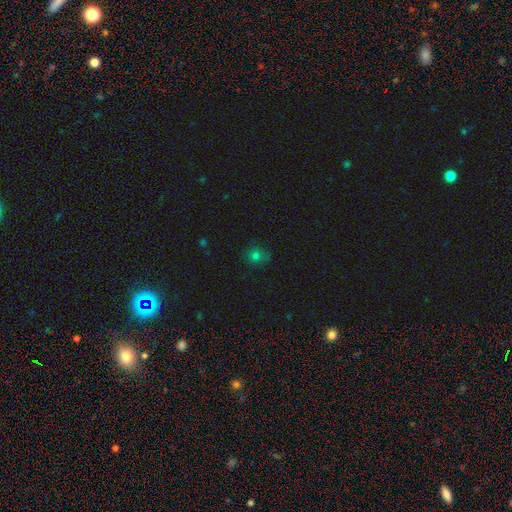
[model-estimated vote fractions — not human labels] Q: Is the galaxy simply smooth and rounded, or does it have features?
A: smooth — 73%.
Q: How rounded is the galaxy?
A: round — 83%.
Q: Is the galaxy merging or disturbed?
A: none — 78%.